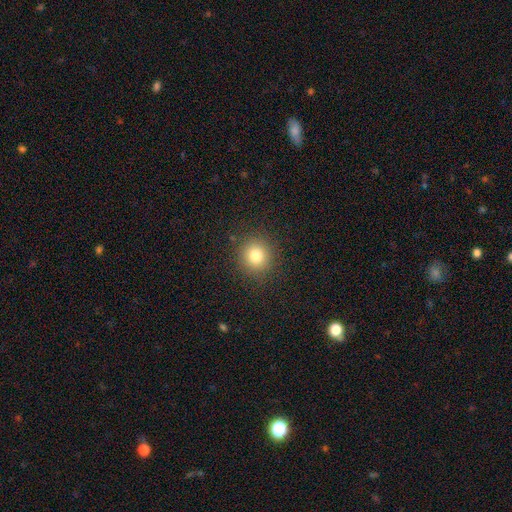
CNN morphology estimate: smooth 80%, star or artifact 13%, featured or disk 7%. Down the decision tree: how rounded — round (92%); merging — none (89%).